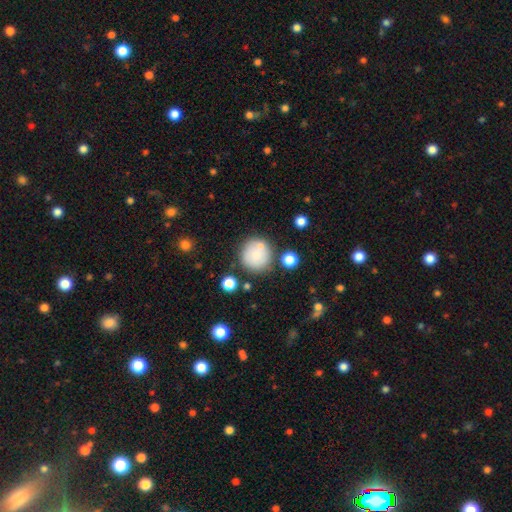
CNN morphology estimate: smooth-or-featured: smooth: 78% | featured or disk: 13% | star or artifact: 9%
  how-rounded: round: 93% | in between: 6% | cigar-shaped: 1%
  merging: none: 71% | merger: 13% | minor disturbance: 12% | major disturbance: 4%